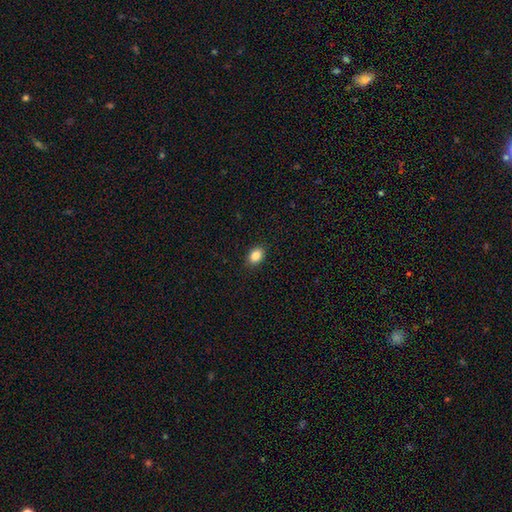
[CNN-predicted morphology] This is clearly a smooth galaxy (86%). How rounded: likely in between (72%). Merging: clearly none (90%).